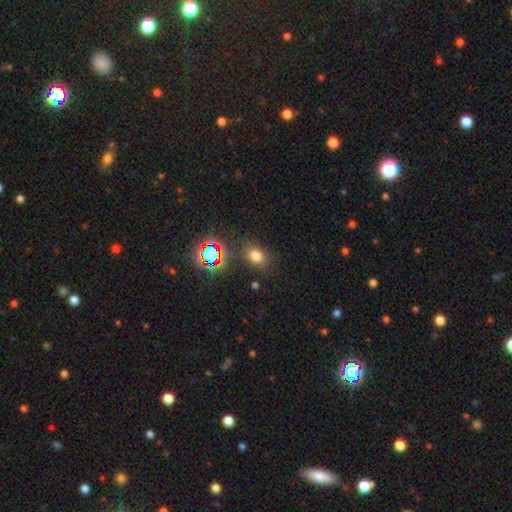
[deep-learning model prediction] Smooth or featured?
  - smooth: 68% *
  - star or artifact: 24%
  - featured or disk: 8%
How rounded?
  - in between: 65% *
  - round: 34%
  - cigar-shaped: 2%
Merging?
  - none: 80% *
  - minor disturbance: 12%
  - major disturbance: 5%
  - merger: 3%